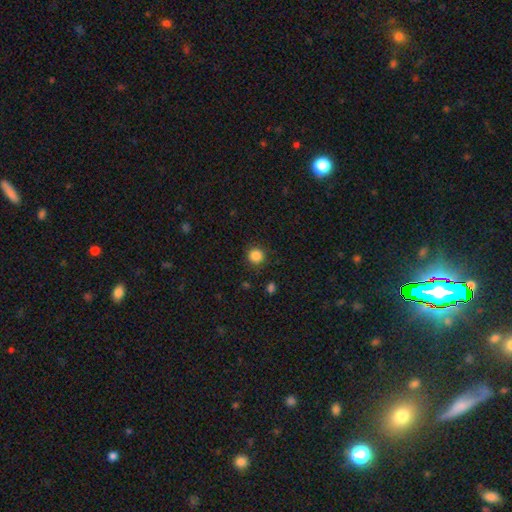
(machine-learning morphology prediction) This is clearly a smooth galaxy (86%). How rounded: clearly round (94%). Merging: clearly none (89%).